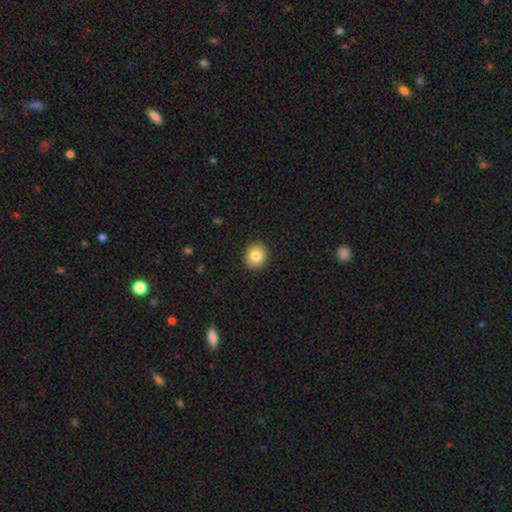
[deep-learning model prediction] Smooth or featured? Predicted: smooth (p=0.83). How rounded? Predicted: round (p=0.77). Merging? Predicted: none (p=0.92).